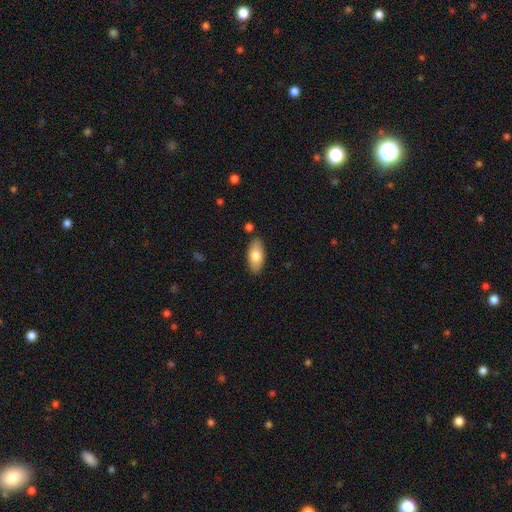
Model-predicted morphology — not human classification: smooth 76%, featured or disk 18%, star or artifact 6%. Down the decision tree: how rounded — in between (90%); merging — none (85%).